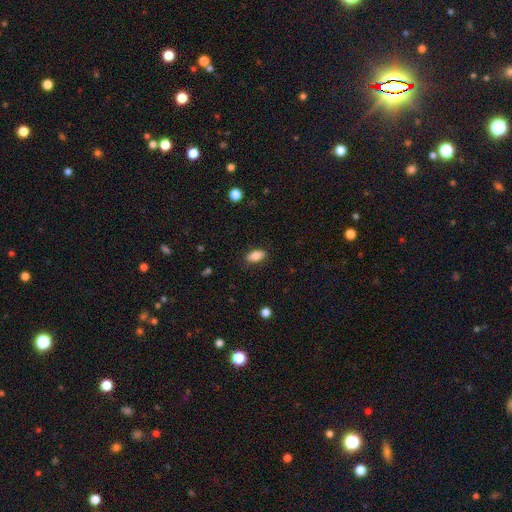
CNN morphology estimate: type=smooth (86%); roundness=in between (90%); merging=none (87%).